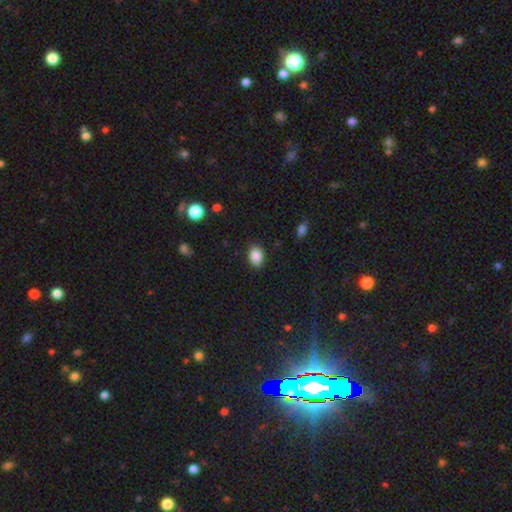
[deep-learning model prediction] Morphology: type=smooth (88%); roundness=in between (77%); merging=none (87%).